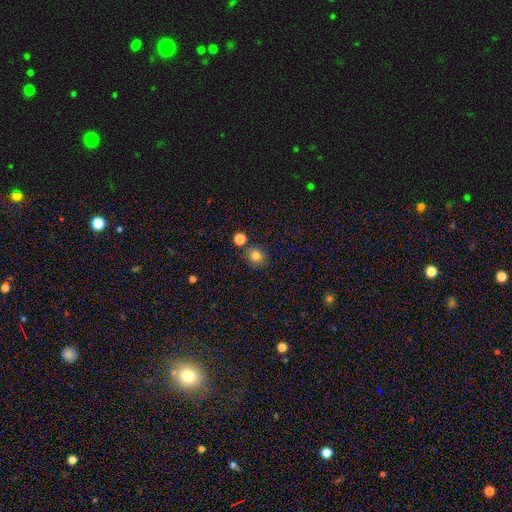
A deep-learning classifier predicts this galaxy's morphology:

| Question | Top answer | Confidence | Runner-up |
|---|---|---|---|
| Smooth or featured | smooth | 80% | star or artifact (14%) |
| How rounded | round | 83% | in between (16%) |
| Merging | none | 76% | merger (11%) |